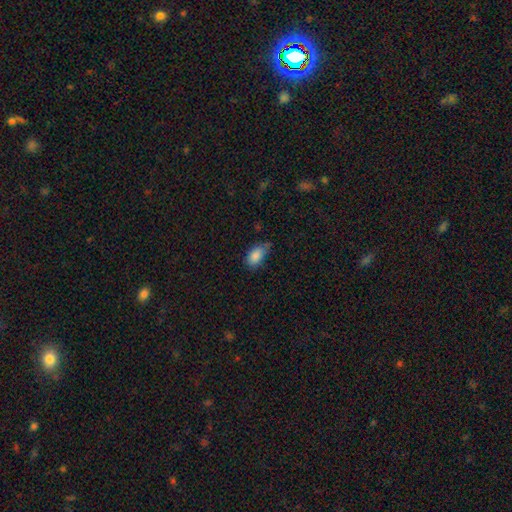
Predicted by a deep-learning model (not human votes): smooth_or_featured: smooth (p=0.86) [alt: star or artifact p=0.08]
how_rounded: in between (p=0.92) [alt: round p=0.05]
merging: none (p=0.57) [alt: minor disturbance p=0.33]